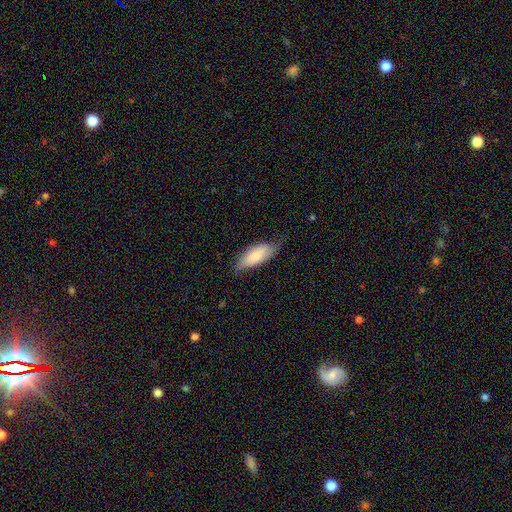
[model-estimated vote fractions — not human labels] A smooth galaxy with no disk features (70%) that is in between round and cigar-shaped (82%). Merging: none (57%).